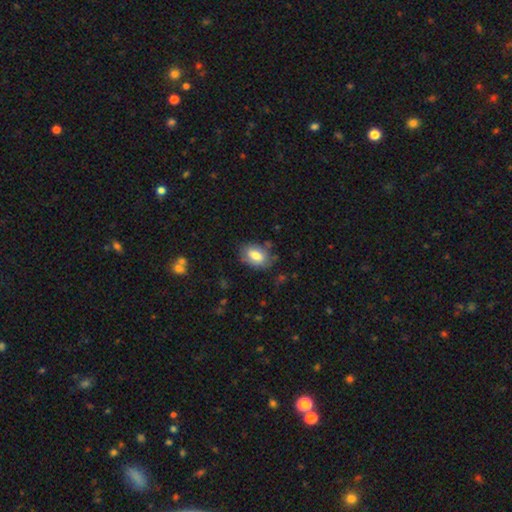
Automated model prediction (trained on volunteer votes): Smooth or featured: smooth — 77% (featured or disk — 16%)
How rounded: in between — 86% (round — 12%)
Merging: none — 71% (minor disturbance — 21%)